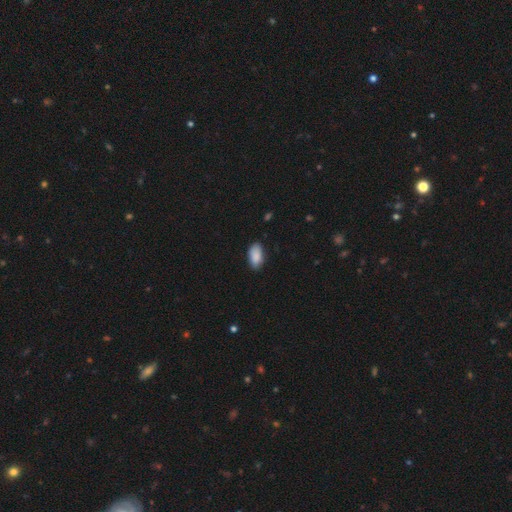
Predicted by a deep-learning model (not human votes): A smooth galaxy with no disk features (89%) that is in between round and cigar-shaped (94%). Merging: none (81%).